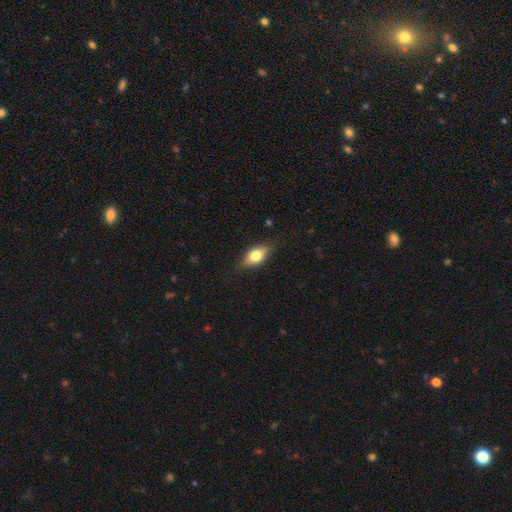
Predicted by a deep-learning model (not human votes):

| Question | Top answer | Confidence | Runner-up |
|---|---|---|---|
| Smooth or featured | smooth | 65% | featured or disk (27%) |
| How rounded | in between | 82% | cigar-shaped (10%) |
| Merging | none | 81% | minor disturbance (15%) |